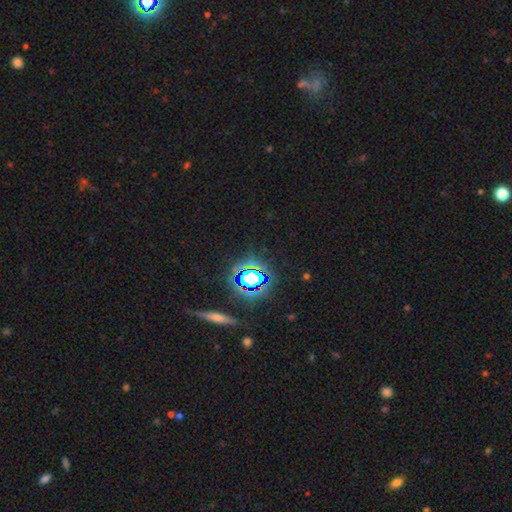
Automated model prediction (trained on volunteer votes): smooth-or-featured: star or artifact: 73% | smooth: 16% | featured or disk: 11%